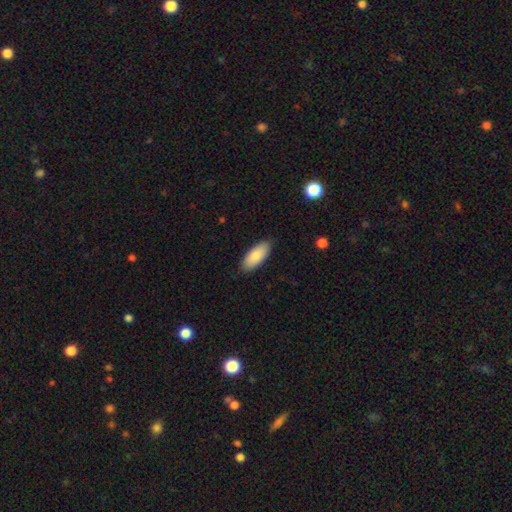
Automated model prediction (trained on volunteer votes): Smooth or featured? Predicted: smooth (p=0.85). How rounded? Predicted: in between (p=0.87). Merging? Predicted: none (p=0.86).